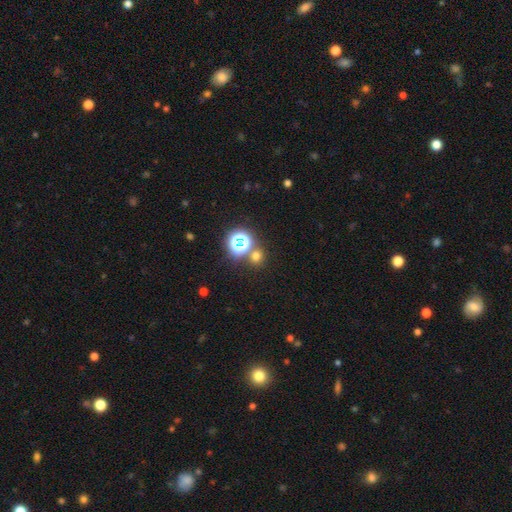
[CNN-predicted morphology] Smooth or featured?
  - smooth: 58% *
  - star or artifact: 35%
  - featured or disk: 7%
How rounded?
  - round: 85% *
  - in between: 14%
  - cigar-shaped: 1%
Merging?
  - none: 77% *
  - merger: 13%
  - minor disturbance: 7%
  - major disturbance: 3%